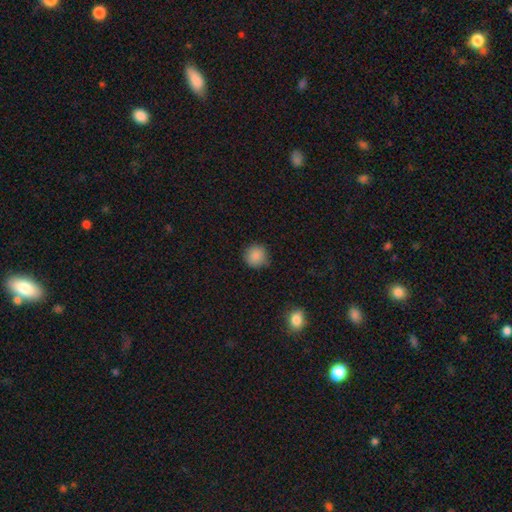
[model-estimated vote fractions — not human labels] The model was most divided on "merging": none: 84%, minor disturbance: 12%, major disturbance: 2%, merger: 1%. More confident: how rounded — round (93%); smooth or featured — smooth (87%).